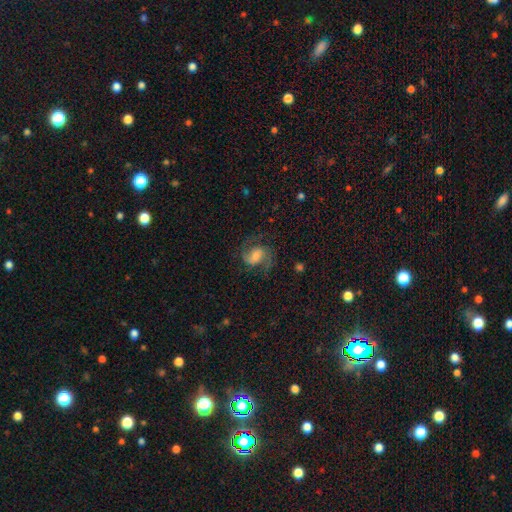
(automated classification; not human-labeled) A featured or disk galaxy (80%) with a weak bar (47%), 2 (88%) medium (58%) spiral arms (96%) and a moderate central bulge (37%).

Vote fractions:
- Smooth or featured? featured or disk: 80% / smooth: 12% / star or artifact: 9%
- Edge-on disk? no: 98% / yes: 2%
- Bar? weak: 47% / no: 38% / strong: 14%
- Spiral arms? yes: 96% / no: 4%
- Spiral winding? medium: 58% / loose: 24% / tight: 18%
- Spiral arm count? 2: 88% / can't tell: 4% / 3: 3% / 1: 2% / 4: 1% / more than 4: 1%
- Bulge size? moderate: 37% / small: 25% / large: 21% / none: 14% / dominant: 3%
- Merging? none: 72% / minor disturbance: 15% / major disturbance: 11% / merger: 1%